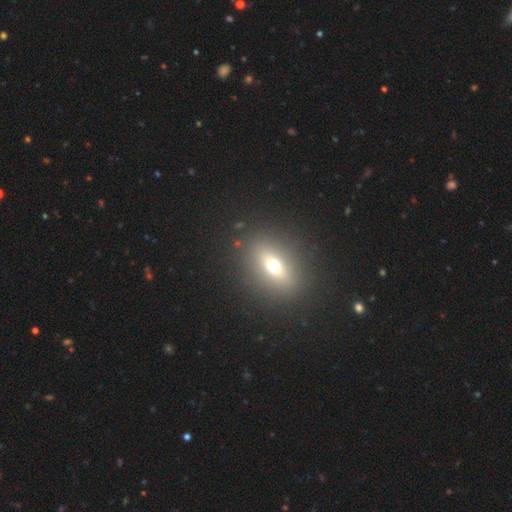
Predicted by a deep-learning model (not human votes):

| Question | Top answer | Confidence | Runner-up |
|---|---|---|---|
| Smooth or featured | smooth | 49% | star or artifact (28%) |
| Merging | none | 90% | minor disturbance (6%) |